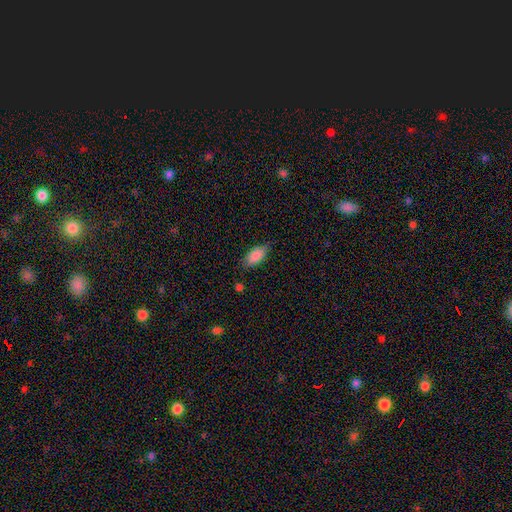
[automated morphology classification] Overall: smooth (87%). How rounded: in between (90%). Merging: none (76%).